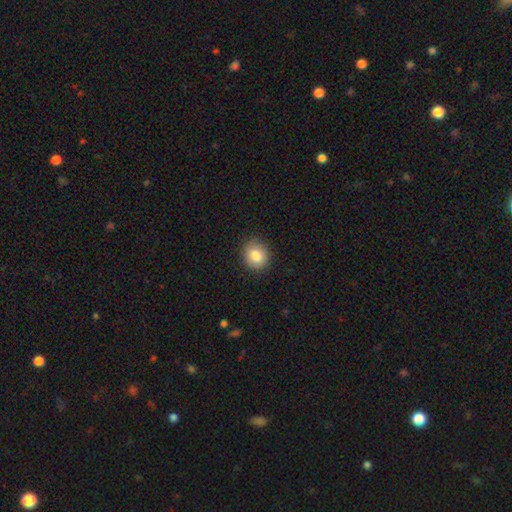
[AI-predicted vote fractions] smooth_or_featured: smooth (p=0.83) [alt: star or artifact p=0.09]
how_rounded: round (p=0.74) [alt: in between p=0.25]
merging: none (p=0.88) [alt: minor disturbance p=0.09]